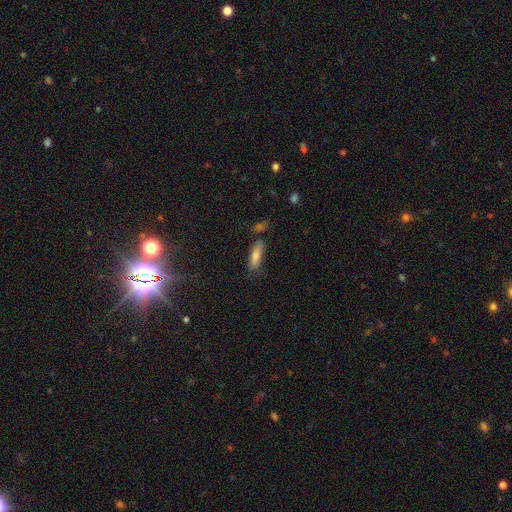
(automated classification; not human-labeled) Smooth or featured? Predicted: smooth (p=0.68). How rounded? Predicted: cigar-shaped (p=0.58). Merging? Predicted: none (p=0.72).